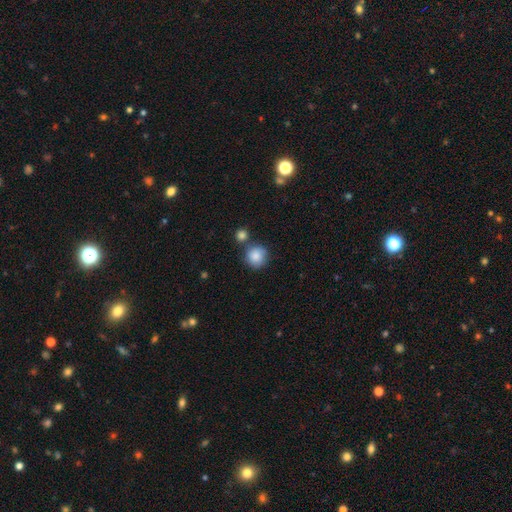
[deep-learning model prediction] smooth-or-featured: smooth: 86% | star or artifact: 8% | featured or disk: 6%
  how-rounded: round: 91% | in between: 8% | cigar-shaped: 1%
  merging: none: 67% | merger: 17% | minor disturbance: 12% | major disturbance: 4%